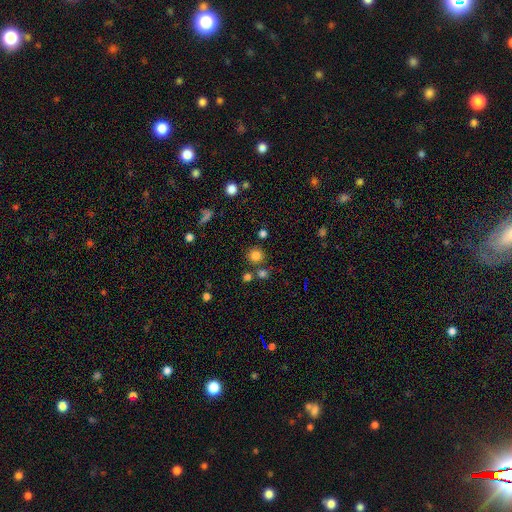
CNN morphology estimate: Smooth or featured: smooth — 79% (star or artifact — 15%)
How rounded: round — 91% (in between — 8%)
Merging: none — 78% (merger — 11%)